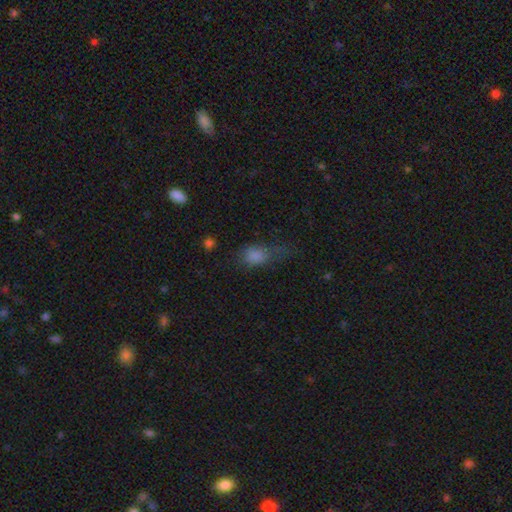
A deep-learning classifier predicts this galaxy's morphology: type=smooth (77%); roundness=in between (75%); merging=none (35%).